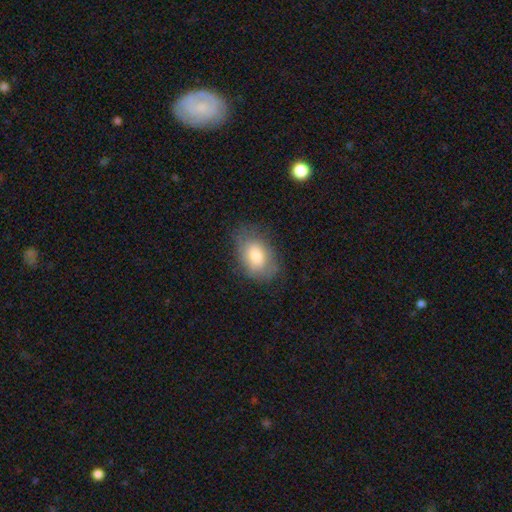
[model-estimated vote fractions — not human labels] Smooth or featured: smooth — 75% (featured or disk — 17%)
How rounded: in between — 87% (round — 12%)
Merging: none — 66% (minor disturbance — 24%)